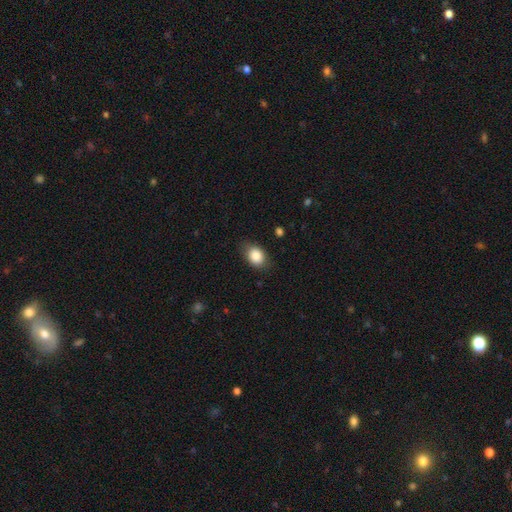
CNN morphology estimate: Overall: smooth (86%). How rounded: in between (68%; round 31%). Merging: none (78%).